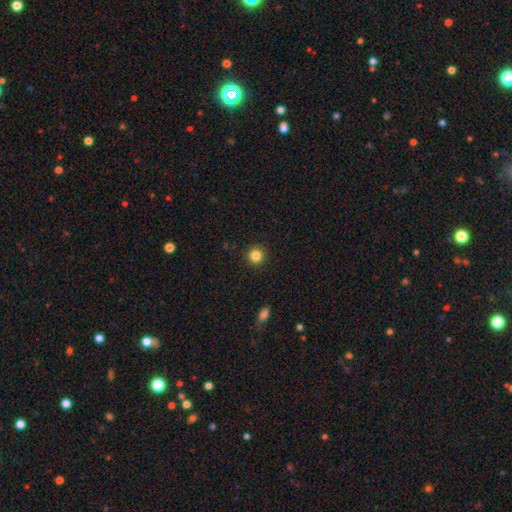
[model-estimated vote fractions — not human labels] The model was most divided on "smooth or featured": smooth: 84%, star or artifact: 12%, featured or disk: 5%. More confident: how rounded — round (95%); merging — none (92%).